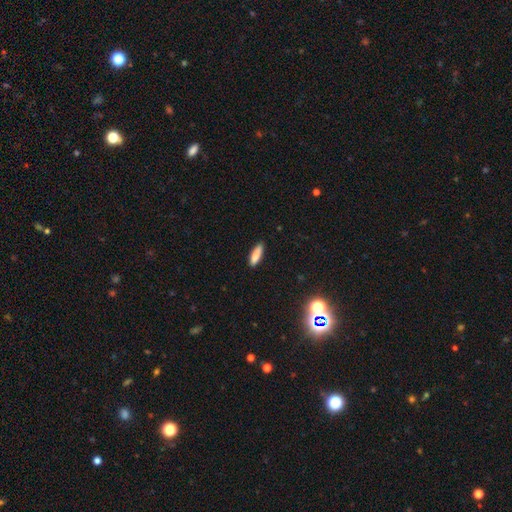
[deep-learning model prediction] Overall: smooth (85%). How rounded: cigar-shaped (62%; in between 37%). Merging: none (86%).